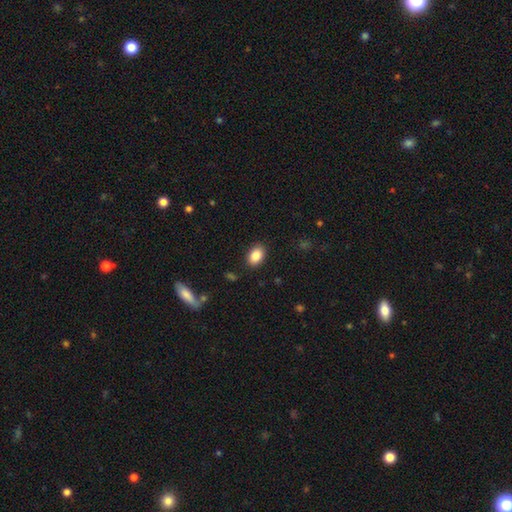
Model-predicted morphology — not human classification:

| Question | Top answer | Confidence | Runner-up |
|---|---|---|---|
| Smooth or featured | smooth | 86% | star or artifact (8%) |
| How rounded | in between | 83% | round (15%) |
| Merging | none | 88% | minor disturbance (9%) |